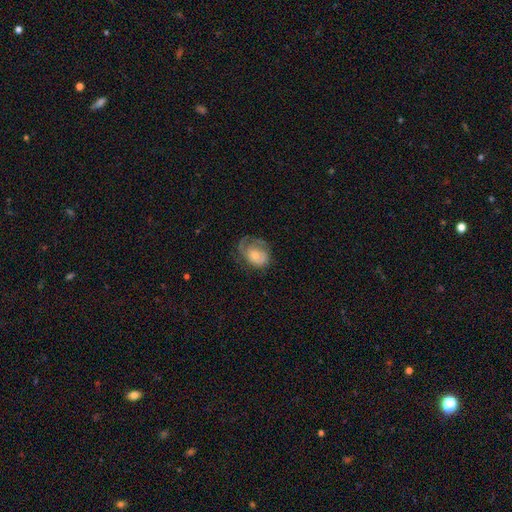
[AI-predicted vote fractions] Smooth or featured: featured or disk — 53% (smooth — 40%)
Edge-on disk: no — 97% (yes — 3%)
Bar: no — 77% (weak — 20%)
Spiral arms: yes — 74% (no — 26%)
Bulge size: moderate — 49% (small — 36%)
Merging: none — 44% (major disturbance — 27%)